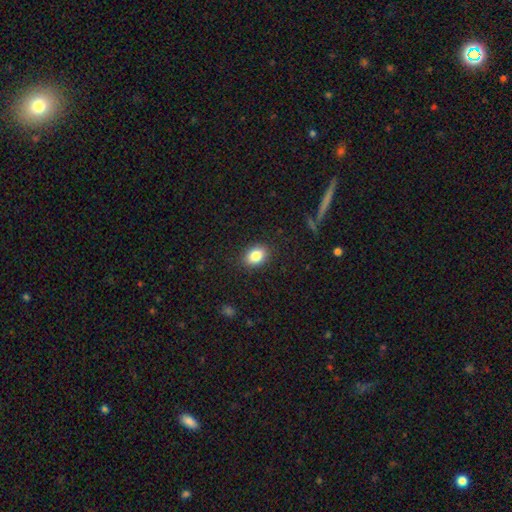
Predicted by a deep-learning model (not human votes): A smooth galaxy with no disk features (84%) that is in between round and cigar-shaped (70%).

Vote fractions:
- Smooth or featured? smooth: 84% / star or artifact: 9% / featured or disk: 7%
- How rounded? in between: 70% / round: 29% / cigar-shaped: 1%
- Merging? none: 88% / minor disturbance: 9% / major disturbance: 2% / merger: 1%